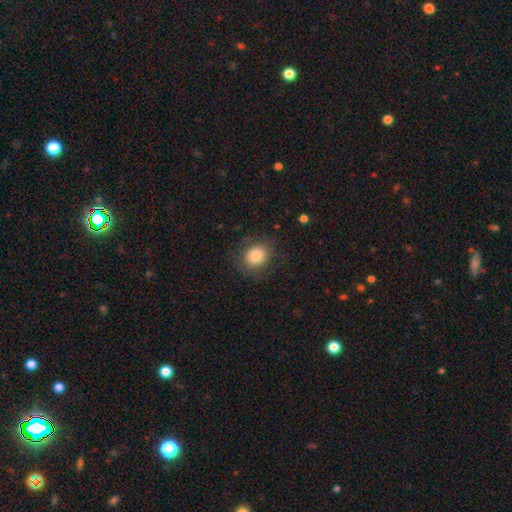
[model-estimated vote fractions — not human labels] A smooth galaxy with no disk features (82%) that is round (73%).

Vote fractions:
- Smooth or featured? smooth: 82% / featured or disk: 9% / star or artifact: 9%
- How rounded? round: 73% / in between: 26% / cigar-shaped: 1%
- Merging? none: 78% / minor disturbance: 14% / major disturbance: 7% / merger: 1%